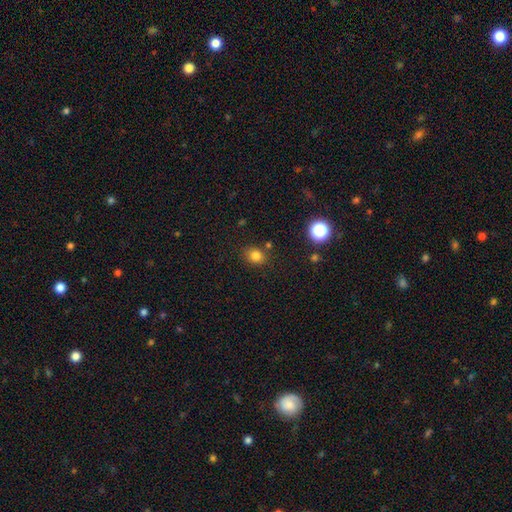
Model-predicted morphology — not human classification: Smooth or featured? smooth (80%)
How rounded? round (58%)
Merging? none (79%)